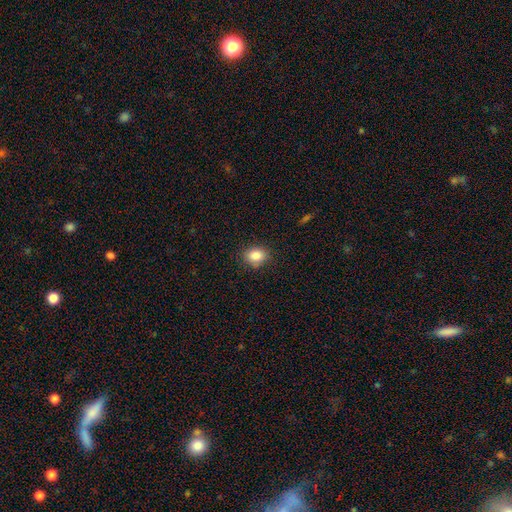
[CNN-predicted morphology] smooth-or-featured: smooth: 85% | star or artifact: 10% | featured or disk: 5%
  how-rounded: in between: 51% | round: 48% | cigar-shaped: 1%
  merging: none: 84% | minor disturbance: 12% | major disturbance: 3% | merger: 1%